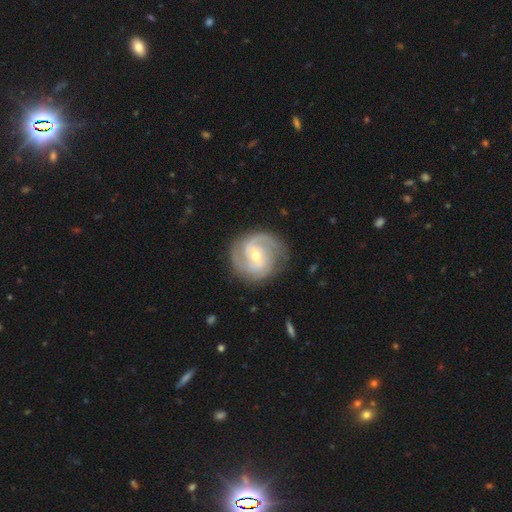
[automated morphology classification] Smooth or featured?
  - featured or disk: 88% *
  - smooth: 8%
  - star or artifact: 4%
Edge-on disk?
  - no: 98% *
  - yes: 2%
Bar?
  - no: 48% *
  - weak: 41%
  - strong: 11%
Spiral arms?
  - yes: 97% *
  - no: 3%
Spiral winding?
  - tight: 56% *
  - medium: 37%
  - loose: 7%
Spiral arm count?
  - 2: 56% *
  - 3: 22%
  - can't tell: 11%
  - 1: 4%
  - 4: 4%
  - more than 4: 3%
Bulge size?
  - moderate: 56% *
  - small: 41%
  - large: 2%
  - none: 1%
  - dominant: 1%
Merging?
  - none: 81% *
  - minor disturbance: 13%
  - major disturbance: 5%
  - merger: 1%